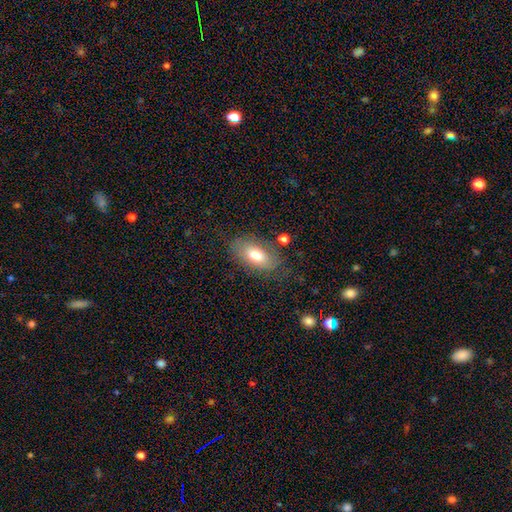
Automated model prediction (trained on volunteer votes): Smooth or featured: smooth — 73% (featured or disk — 20%)
How rounded: in between — 91% (round — 5%)
Merging: none — 74% (minor disturbance — 17%)